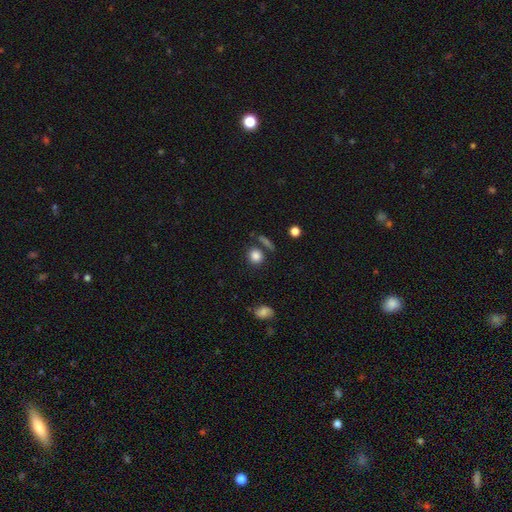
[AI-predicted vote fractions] Smooth or featured?
  - smooth: 84% *
  - star or artifact: 10%
  - featured or disk: 5%
How rounded?
  - round: 76% *
  - in between: 22%
  - cigar-shaped: 2%
Merging?
  - none: 77% *
  - minor disturbance: 10%
  - merger: 10%
  - major disturbance: 3%